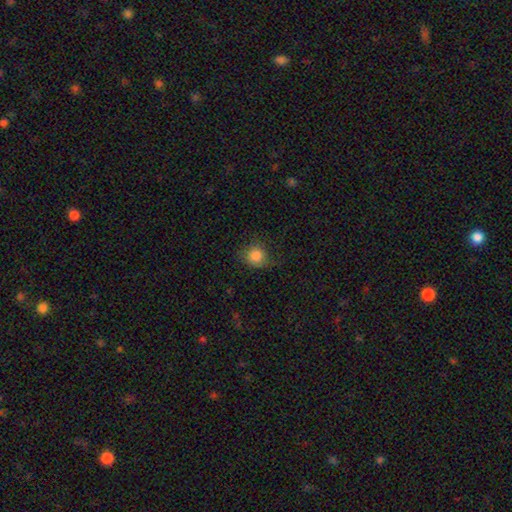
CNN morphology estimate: Smooth or featured?
  - smooth: 83% *
  - star or artifact: 11%
  - featured or disk: 6%
How rounded?
  - round: 86% *
  - in between: 13%
  - cigar-shaped: 1%
Merging?
  - none: 73% *
  - minor disturbance: 20%
  - major disturbance: 6%
  - merger: 1%